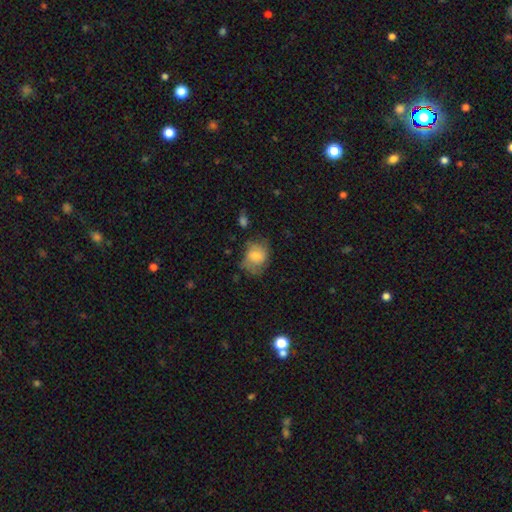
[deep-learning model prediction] Overall: smooth (62%; featured or disk 29%). How rounded: round (52%; in between 47%). Merging: none (51%; minor disturbance 31%).